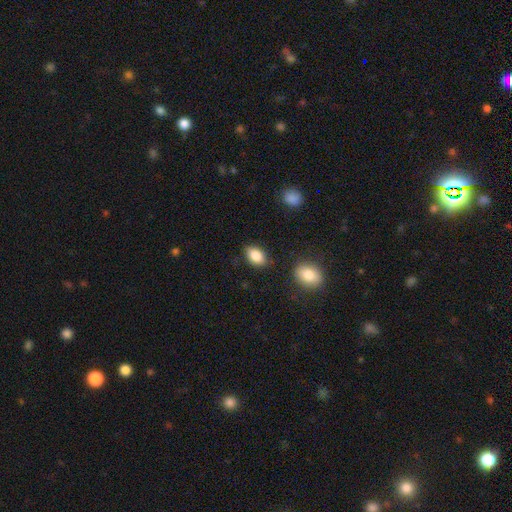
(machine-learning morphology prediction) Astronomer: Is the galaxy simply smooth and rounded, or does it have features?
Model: smooth — 87%.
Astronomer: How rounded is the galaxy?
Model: in between — 88%.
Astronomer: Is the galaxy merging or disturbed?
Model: none — 83%.